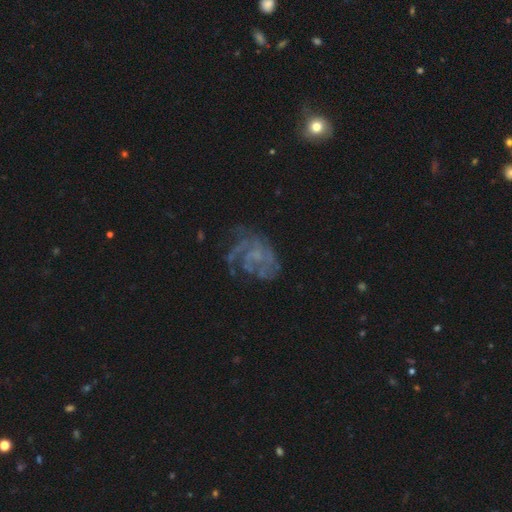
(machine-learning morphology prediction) Overall: featured or disk (75%). Edge-on disk: no (98%). Bar: no (72%). Spiral arms: yes (83%). Spiral arm count: can't tell (34%; 3 21%). Spiral winding: medium (39%; tight 36%). Bulge size: none (50%; small 36%). Merging: none (53%; major disturbance 26%).